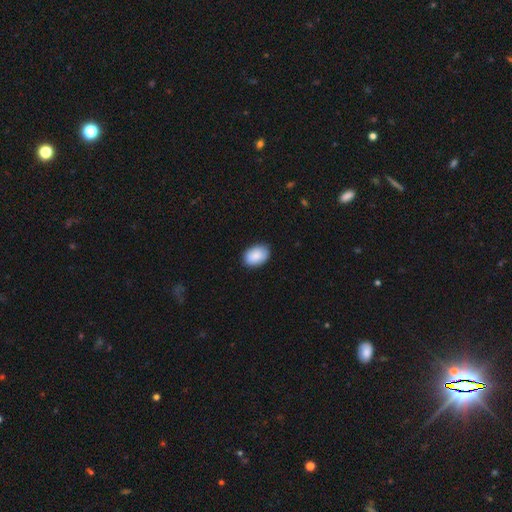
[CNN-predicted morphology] The model was most divided on "merging": none: 85%, minor disturbance: 12%, major disturbance: 2%, merger: 1%. More confident: smooth or featured — smooth (89%); how rounded — in between (86%).